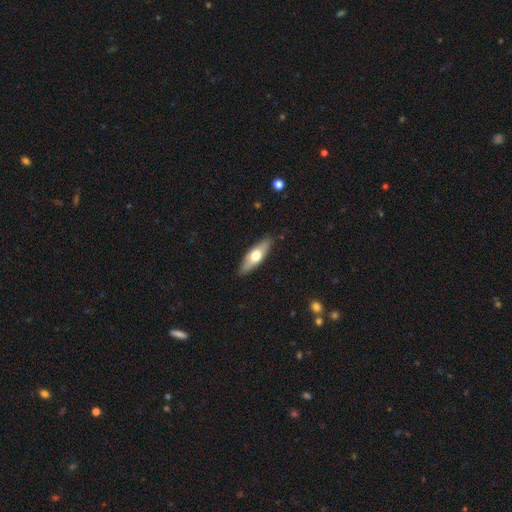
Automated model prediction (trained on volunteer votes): Morphology: type=smooth (55%); roundness=in between (52%); merging=none (87%).